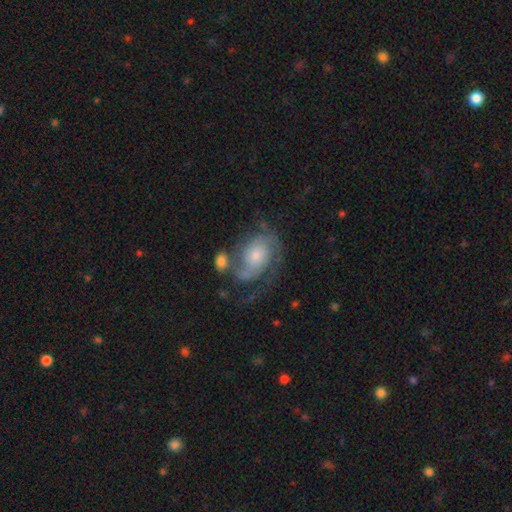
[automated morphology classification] Smooth or featured? featured or disk (77%)
Edge-on disk? no (97%)
Bar? no (72%)
Spiral arms? yes (91%)
Spiral winding? medium (44%)
Spiral arm count? 2 (58%)
Bulge size? small (42%, tied with moderate)
Merging? none (44%)